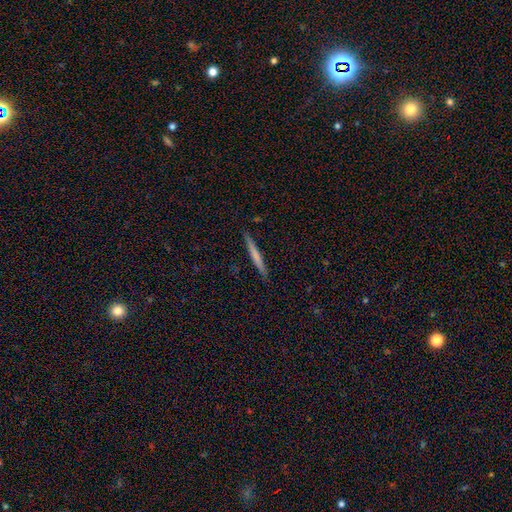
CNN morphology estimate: This is likely a smooth galaxy (61%). How rounded: clearly cigar-shaped (97%). Merging: clearly none (91%).